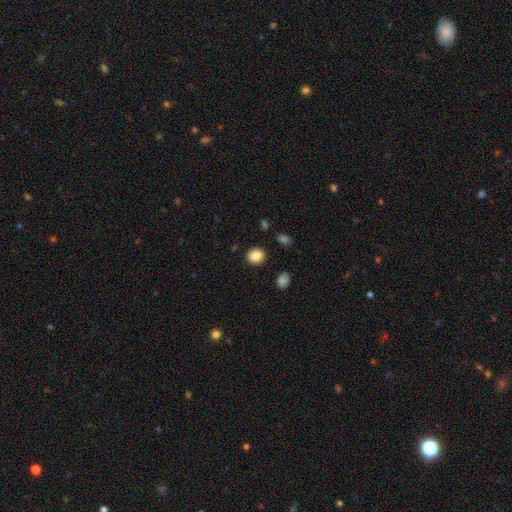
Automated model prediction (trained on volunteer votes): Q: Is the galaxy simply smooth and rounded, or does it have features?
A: smooth — 85%.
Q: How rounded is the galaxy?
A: round — 74%.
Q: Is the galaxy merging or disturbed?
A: none — 88%.